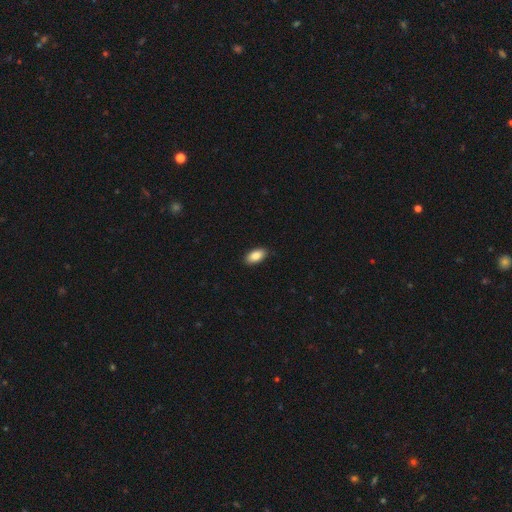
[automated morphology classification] Smooth or featured? Predicted: smooth (p=0.88). How rounded? Predicted: in between (p=0.94). Merging? Predicted: none (p=0.89).